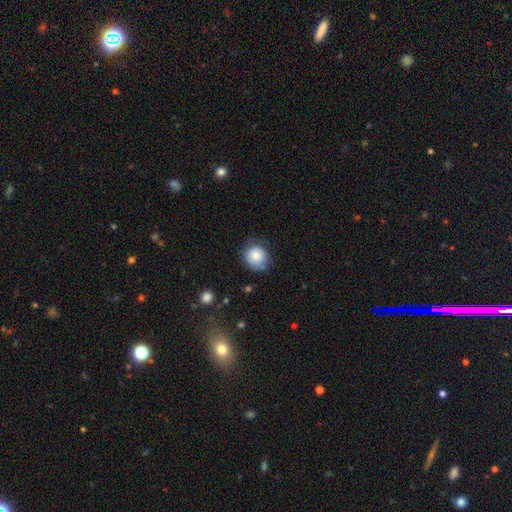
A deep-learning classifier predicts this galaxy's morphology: Smooth or featured? smooth (81%)
How rounded? round (86%)
Merging? none (70%)